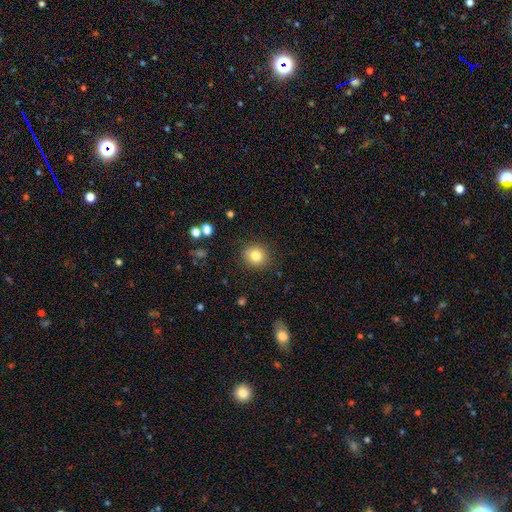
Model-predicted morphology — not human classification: This appears to be a smooth galaxy with no disk features (82%) that is round (82%). Merging: none (87%).